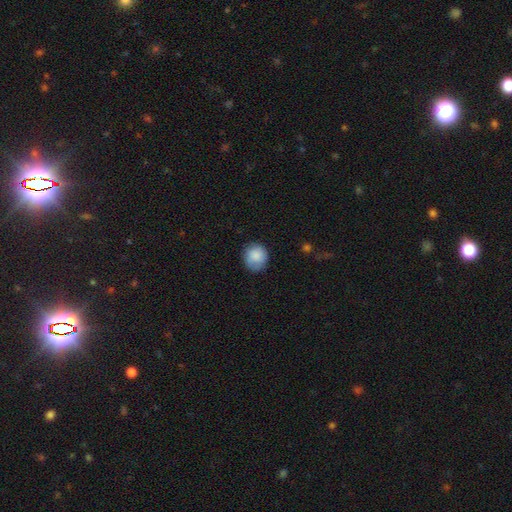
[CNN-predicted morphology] The model was most divided on "merging": none: 79%, minor disturbance: 17%, major disturbance: 3%, merger: 1%. More confident: smooth or featured — smooth (86%); how rounded — round (82%).